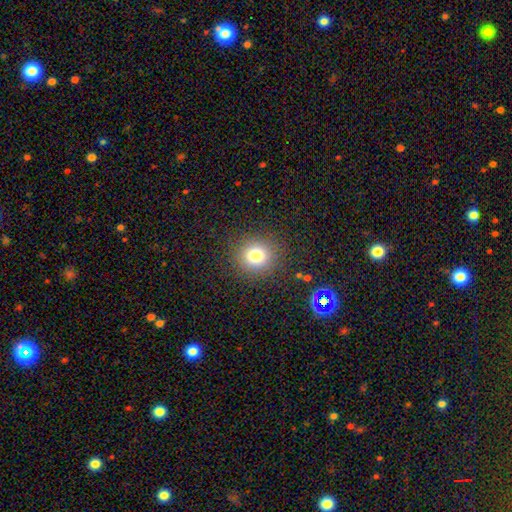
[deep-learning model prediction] Morphology: type=smooth (78%); roundness=round (87%); merging=none (87%).